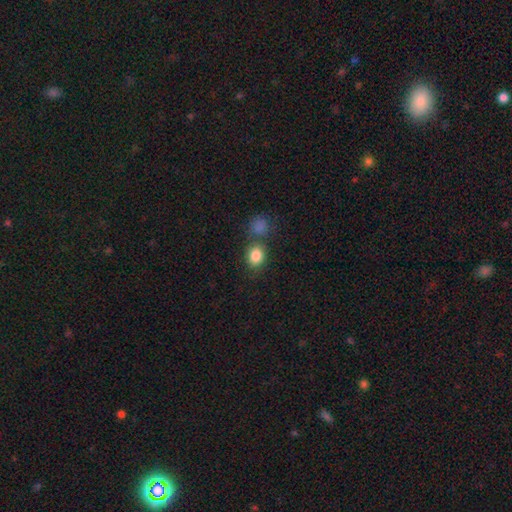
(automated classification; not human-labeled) A smooth galaxy with no disk features (84%) that is round (51%). Merging: none (60%).